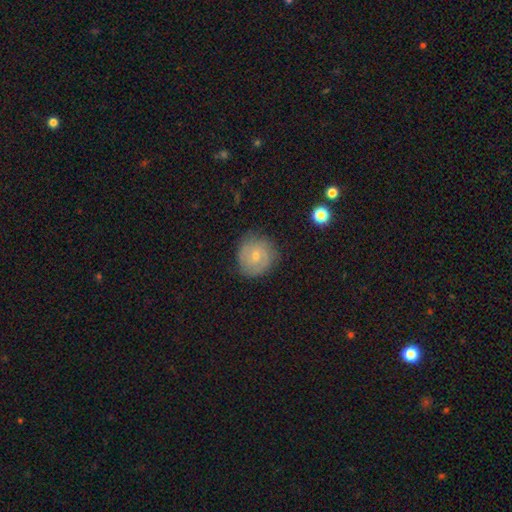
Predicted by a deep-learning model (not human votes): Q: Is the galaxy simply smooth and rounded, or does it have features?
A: featured or disk — 52%.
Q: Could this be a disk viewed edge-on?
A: no — 97%.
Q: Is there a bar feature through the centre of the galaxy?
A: no — 57%.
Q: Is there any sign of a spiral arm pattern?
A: yes — 81%.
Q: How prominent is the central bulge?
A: small — 63%.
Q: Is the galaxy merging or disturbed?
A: none — 77%.